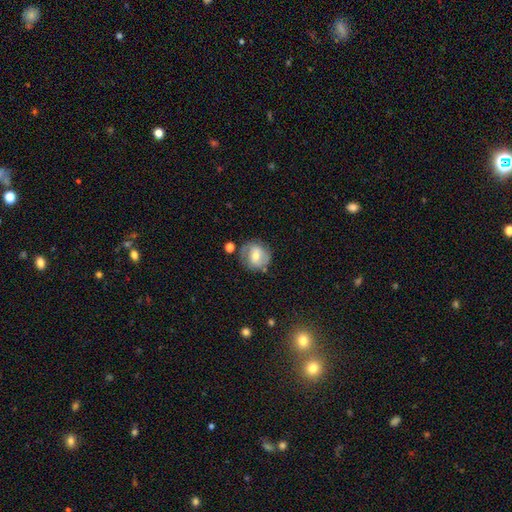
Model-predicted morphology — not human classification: Overall: smooth (51%; featured or disk 40%). How rounded: round (82%). Merging: none (67%).